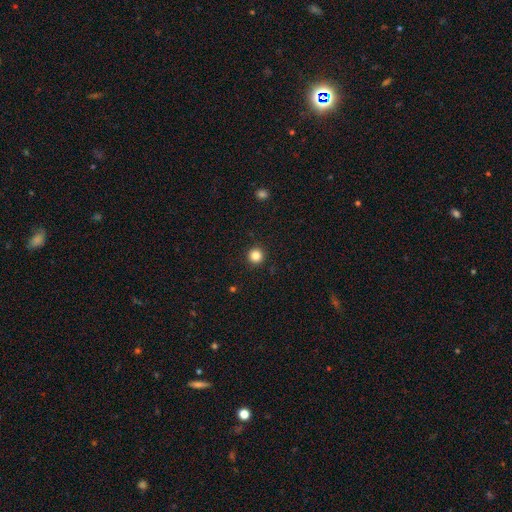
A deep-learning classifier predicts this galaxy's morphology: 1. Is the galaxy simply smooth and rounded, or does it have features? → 84% smooth, 12% star or artifact, 4% featured or disk.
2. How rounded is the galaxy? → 96% round, 3% in between, 1% cigar-shaped.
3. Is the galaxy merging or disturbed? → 93% none, 4% minor disturbance, 2% major disturbance, 1% merger.